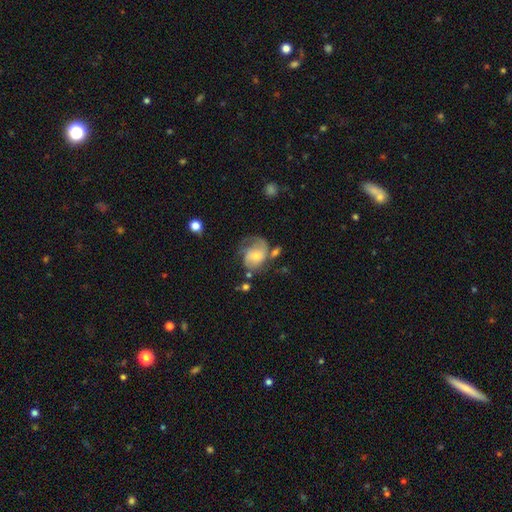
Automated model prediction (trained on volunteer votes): This is possibly a featured or disk galaxy (60%). It is clearly not viewed edge-on (97%). Bar: likely no (65%). Spiral arm pattern: clearly yes (83%). Central bulge: possibly small (50%). Merging: marginally none (36%).